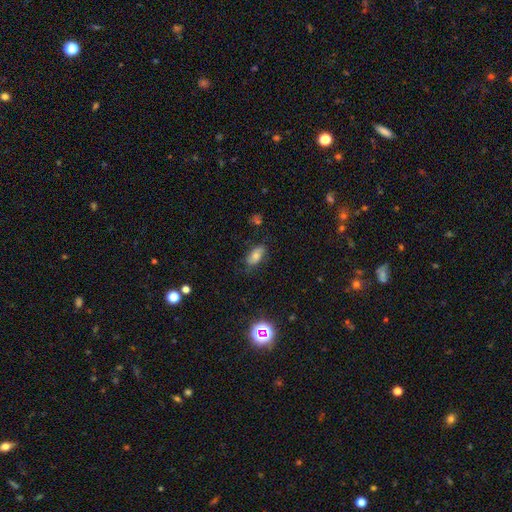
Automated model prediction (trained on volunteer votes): This is likely a smooth galaxy (70%). How rounded: clearly in between (87%). Merging: likely none (76%).